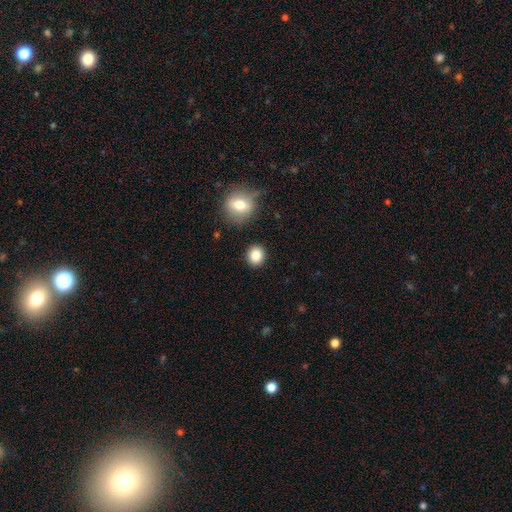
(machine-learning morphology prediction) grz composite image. It shows a smooth galaxy with no disk features (85%) that is round (79%). Merging: none (88%).